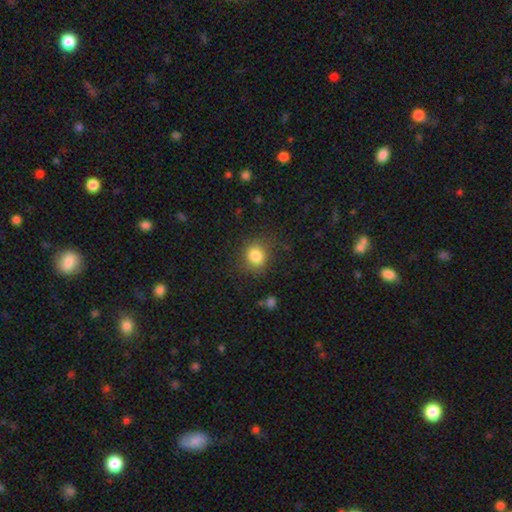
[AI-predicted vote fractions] Morphology: type=smooth (84%); roundness=round (73%); merging=none (79%).